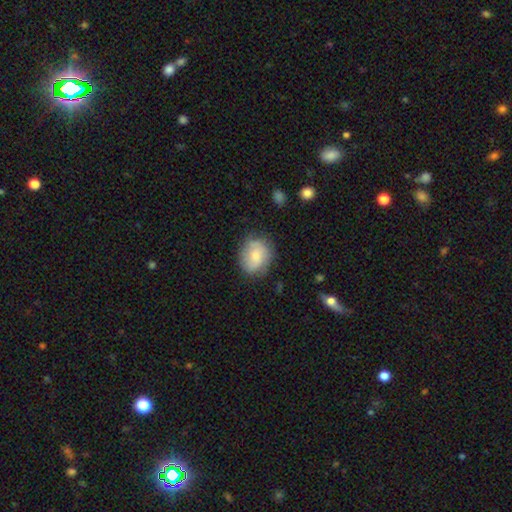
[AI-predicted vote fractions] A smooth galaxy with no disk features (62%) that is round (53%).

Vote fractions:
- Smooth or featured? smooth: 62% / featured or disk: 31% / star or artifact: 7%
- How rounded? round: 53% / in between: 46% / cigar-shaped: 1%
- Merging? none: 70% / minor disturbance: 22% / major disturbance: 7% / merger: 2%